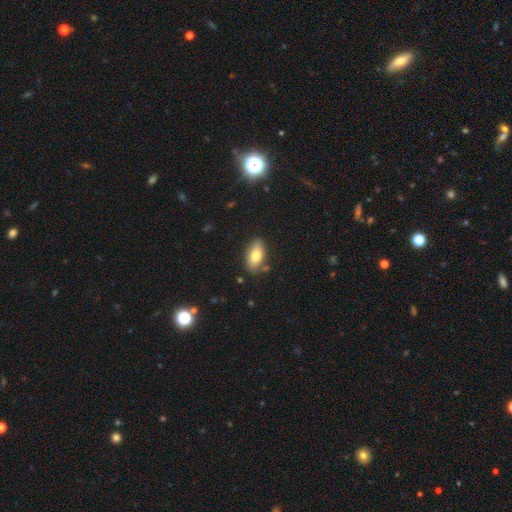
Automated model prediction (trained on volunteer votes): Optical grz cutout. It shows a smooth galaxy with no disk features (75%) that is in between round and cigar-shaped (88%). Merging: none (82%).